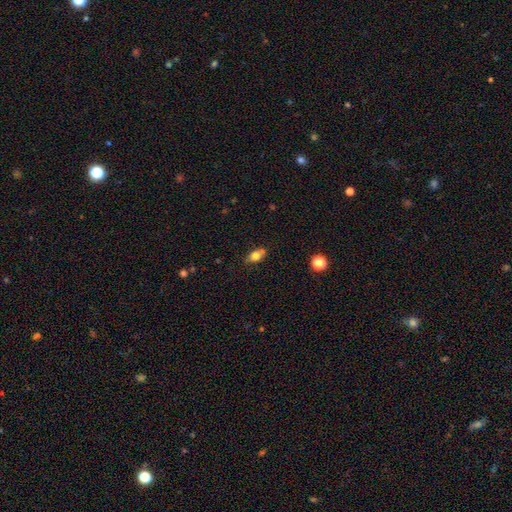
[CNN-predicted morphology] type=smooth (72%); roundness=in between (74%); merging=none (64%).